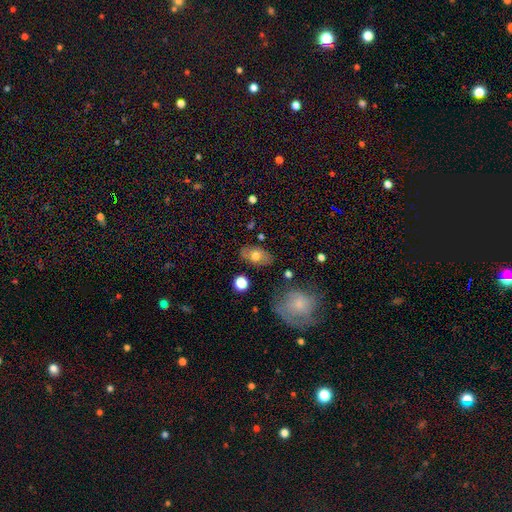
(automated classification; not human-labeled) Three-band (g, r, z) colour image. It shows a smooth galaxy with no disk features (67%) that is in between round and cigar-shaped (87%). Merging: none (79%).